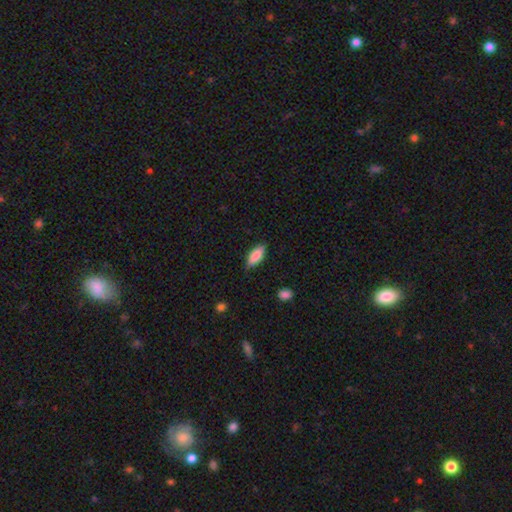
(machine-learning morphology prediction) smooth_or_featured: smooth (p=0.85) [alt: featured or disk p=0.09]
how_rounded: in between (p=0.76) [alt: cigar-shaped p=0.22]
merging: none (p=0.82) [alt: minor disturbance p=0.14]